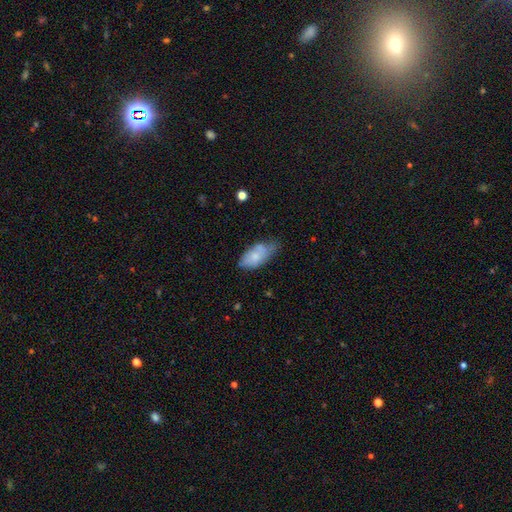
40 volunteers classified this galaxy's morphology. Smooth or featured: smooth — 68% (featured or disk — 22%)
How rounded: in between — 96% (round — 4%)
Merging: minor disturbance — 44% (none — 31%)